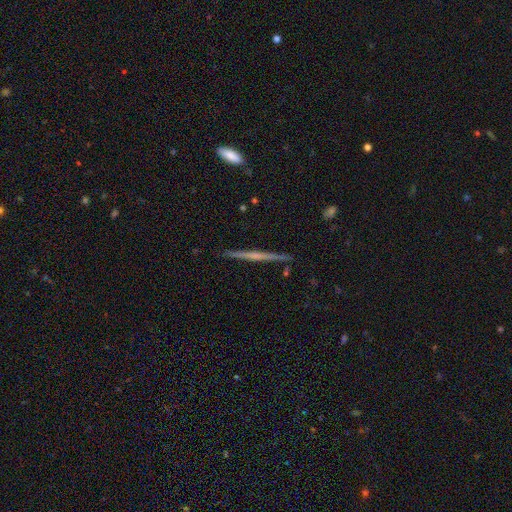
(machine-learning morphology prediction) The model was most divided on "edge-on bulge": none: 54%, rounded: 35%, boxy: 11%. More confident: edge-on disk — yes (98%); merging — none (91%); smooth or featured — featured or disk (68%).